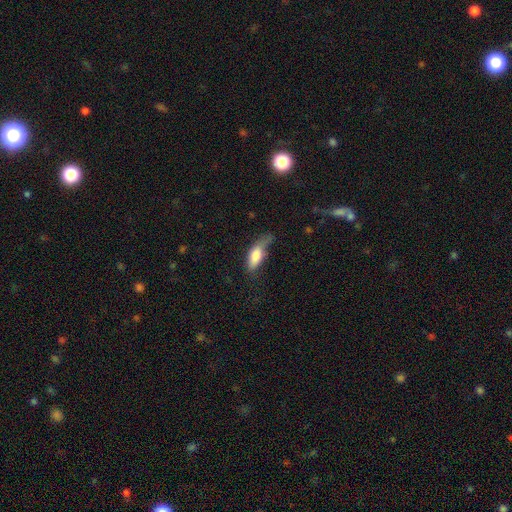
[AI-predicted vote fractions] This is likely a smooth galaxy (76%). How rounded: likely in between (75%). Merging: marginally minor disturbance (37%).